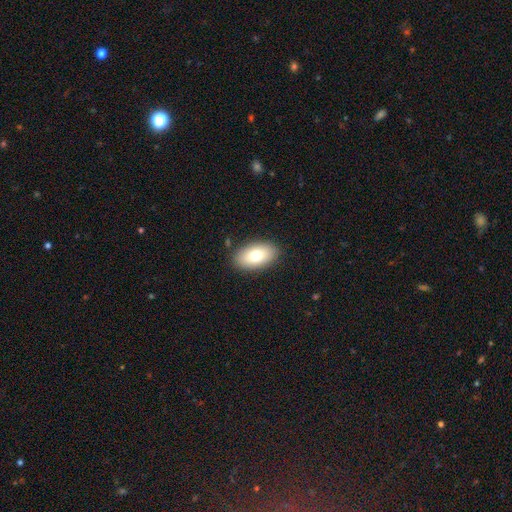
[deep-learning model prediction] smooth_or_featured: smooth (p=0.74) [alt: featured or disk p=0.18]
how_rounded: in between (p=0.93) [alt: round p=0.06]
merging: none (p=0.87) [alt: minor disturbance p=0.09]